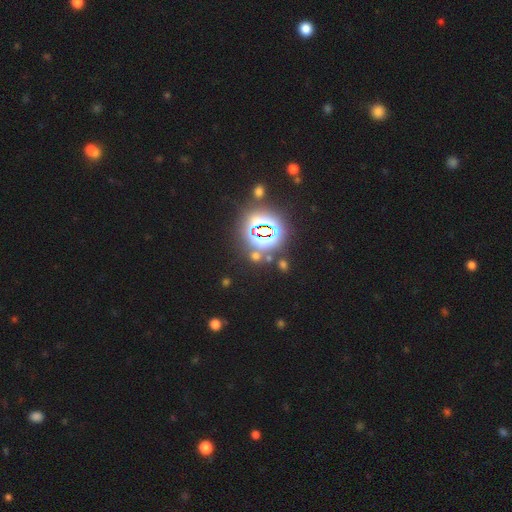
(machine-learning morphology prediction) type=star or artifact (61%).